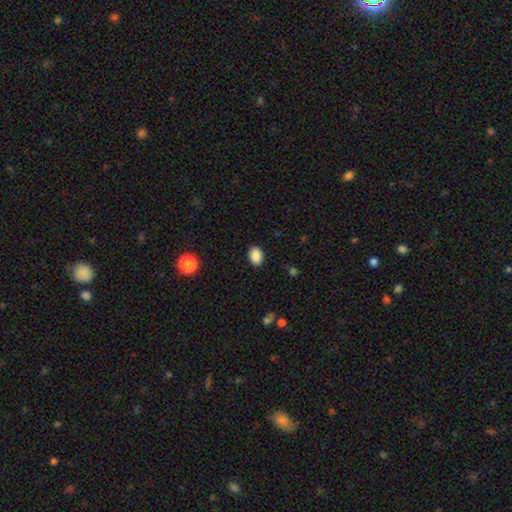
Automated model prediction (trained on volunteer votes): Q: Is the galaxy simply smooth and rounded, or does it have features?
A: smooth — 88%.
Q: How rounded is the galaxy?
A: in between — 74%.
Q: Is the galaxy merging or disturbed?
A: none — 89%.